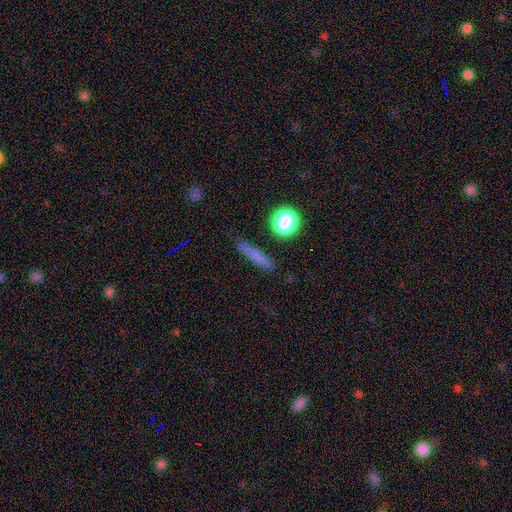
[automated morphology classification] Smooth or featured? Predicted: smooth (p=0.69). How rounded? Predicted: cigar-shaped (p=0.83). Merging? Predicted: none (p=0.85).